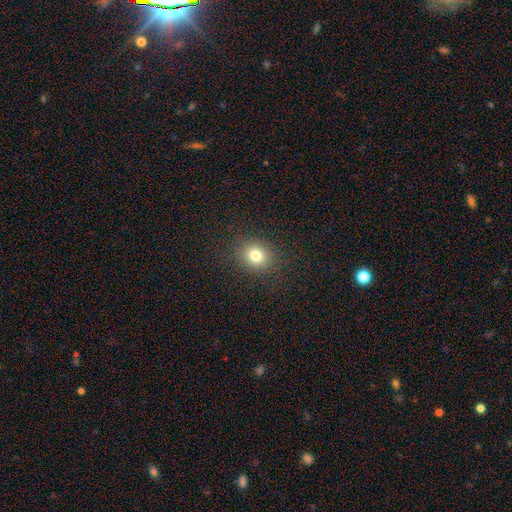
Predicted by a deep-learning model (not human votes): A smooth galaxy with no disk features (79%) that is round (76%). Merging: none (88%).